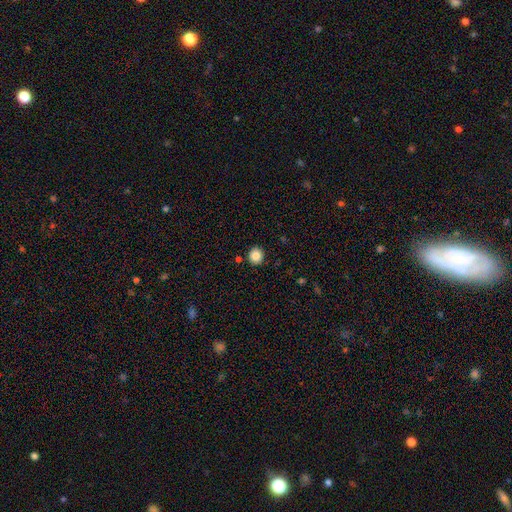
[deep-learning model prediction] Smooth or featured? Predicted: smooth (p=0.85). How rounded? Predicted: round (p=0.86). Merging? Predicted: none (p=0.90).